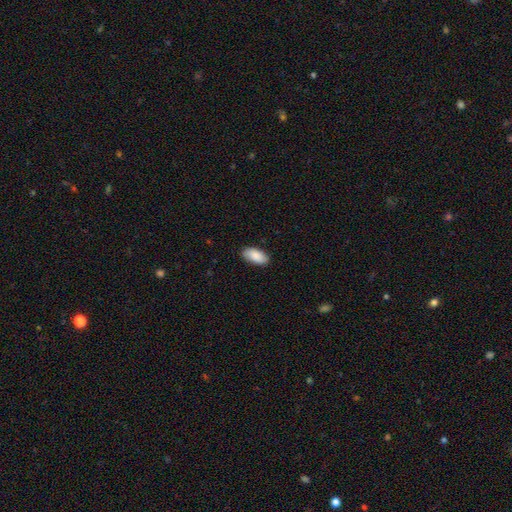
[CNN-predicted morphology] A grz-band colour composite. It shows a smooth galaxy with no disk features (88%) that is in between round and cigar-shaped (93%). Merging: none (87%).